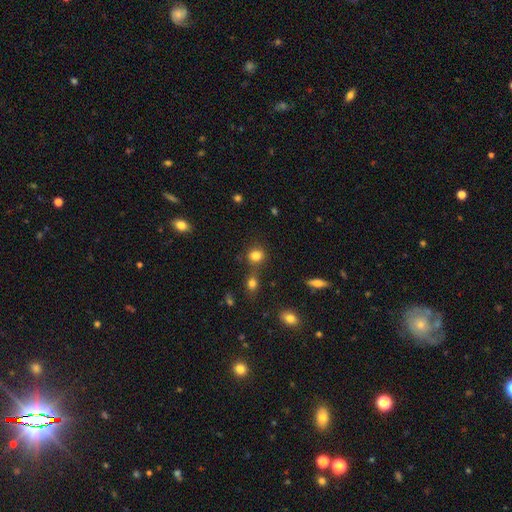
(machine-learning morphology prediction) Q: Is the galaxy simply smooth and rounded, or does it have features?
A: smooth — 82%.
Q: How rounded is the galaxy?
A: round — 76%.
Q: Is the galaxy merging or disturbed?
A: none — 69%.